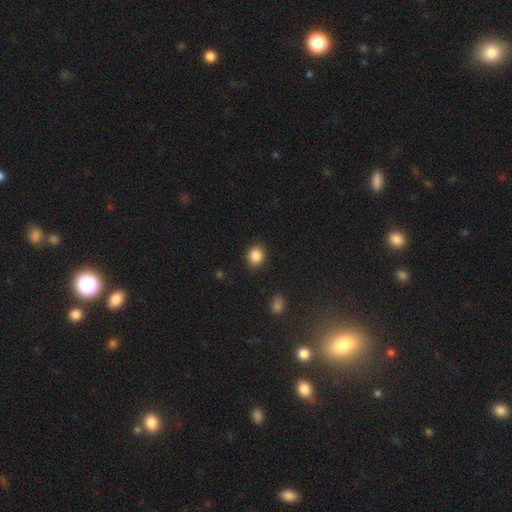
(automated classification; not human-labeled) Smooth or featured? Predicted: smooth (p=0.87). How rounded? Predicted: round (p=0.72). Merging? Predicted: none (p=0.88).